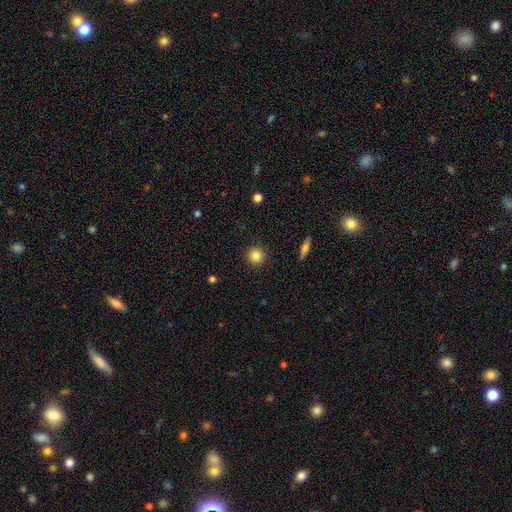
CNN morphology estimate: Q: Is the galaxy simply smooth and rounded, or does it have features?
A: smooth — 85%.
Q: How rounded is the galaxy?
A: round — 94%.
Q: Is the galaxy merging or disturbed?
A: none — 92%.